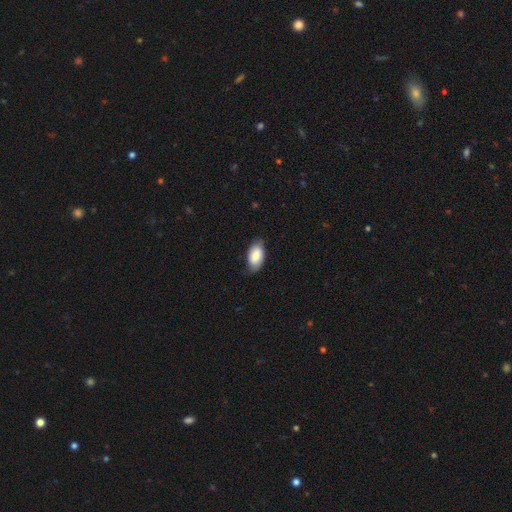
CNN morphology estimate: A smooth galaxy with no disk features (81%) that is in between round and cigar-shaped (94%). Merging: none (75%).